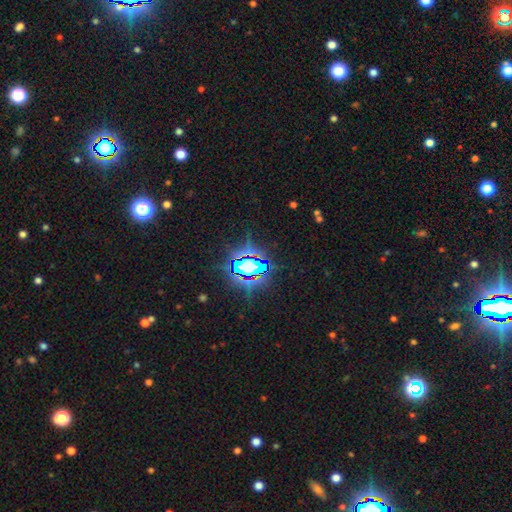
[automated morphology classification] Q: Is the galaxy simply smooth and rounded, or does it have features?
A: star or artifact — 83%.